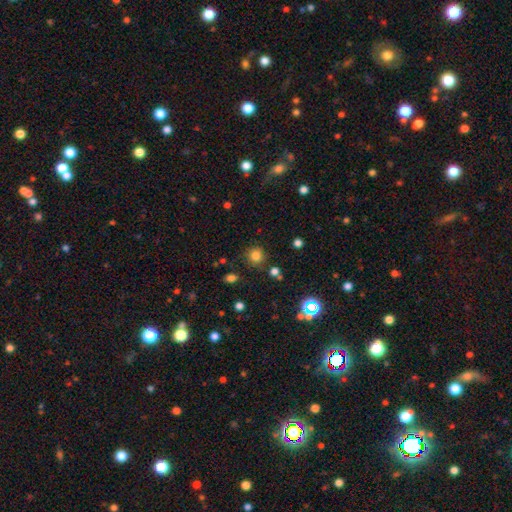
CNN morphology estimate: smooth_or_featured: smooth (p=0.78) [alt: star or artifact p=0.16]
how_rounded: round (p=0.91) [alt: in between p=0.08]
merging: none (p=0.83) [alt: minor disturbance p=0.10]